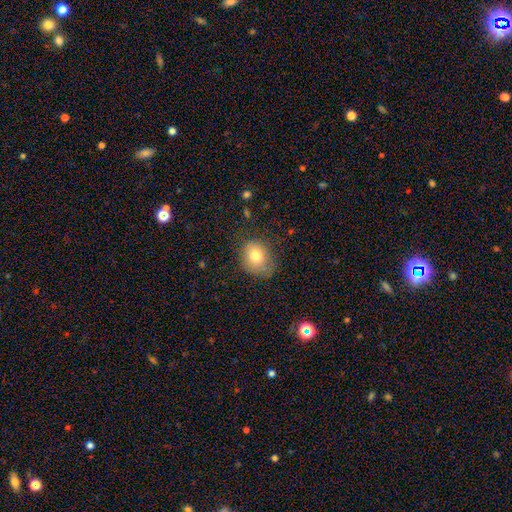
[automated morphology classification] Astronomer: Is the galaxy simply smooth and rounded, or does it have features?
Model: smooth — 77%.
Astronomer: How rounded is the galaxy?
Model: round — 58% (runner-up: in between, 41%).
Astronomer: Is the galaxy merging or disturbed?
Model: none — 65%.